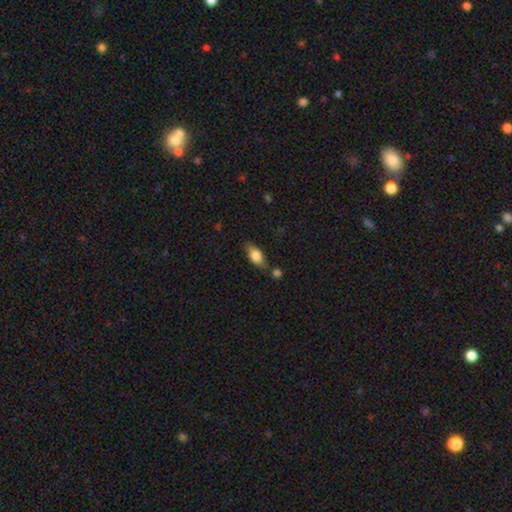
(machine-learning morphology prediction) This is likely a smooth galaxy (79%). How rounded: clearly in between (86%). Merging: likely none (64%).